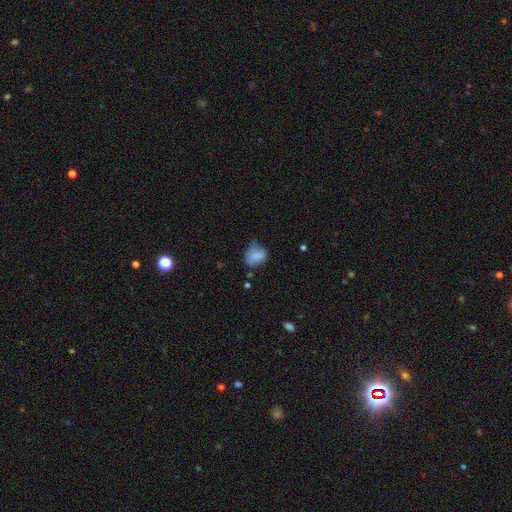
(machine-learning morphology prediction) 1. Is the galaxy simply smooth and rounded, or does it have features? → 80% smooth, 10% featured or disk, 10% star or artifact.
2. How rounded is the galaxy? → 50% round, 49% in between, 1% cigar-shaped.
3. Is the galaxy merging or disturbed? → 46% none, 38% minor disturbance, 12% major disturbance, 4% merger.